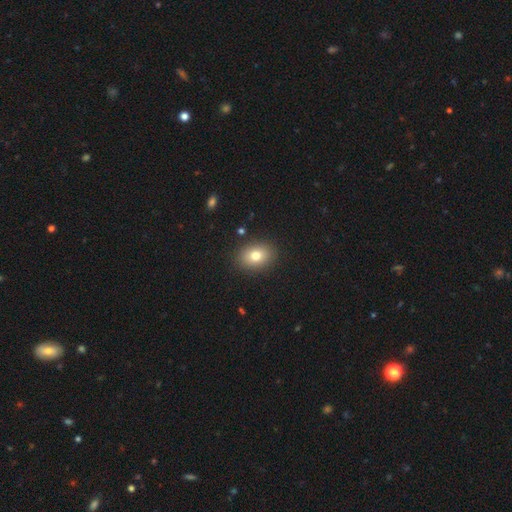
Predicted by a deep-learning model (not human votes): Smooth or featured? Predicted: smooth (p=0.78). How rounded? Predicted: in between (p=0.67). Merging? Predicted: none (p=0.88).